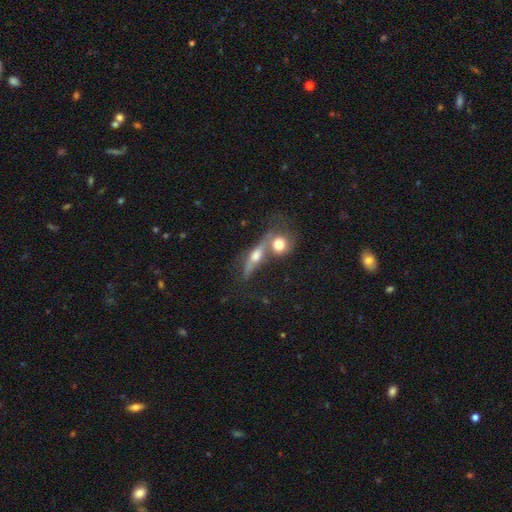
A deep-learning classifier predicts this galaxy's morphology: Smooth or featured?
  - featured or disk: 55% *
  - smooth: 35%
  - star or artifact: 10%
Edge-on disk?
  - yes: 76% *
  - no: 24%
Merging?
  - merger: 47% *
  - none: 36%
  - minor disturbance: 10%
  - major disturbance: 7%